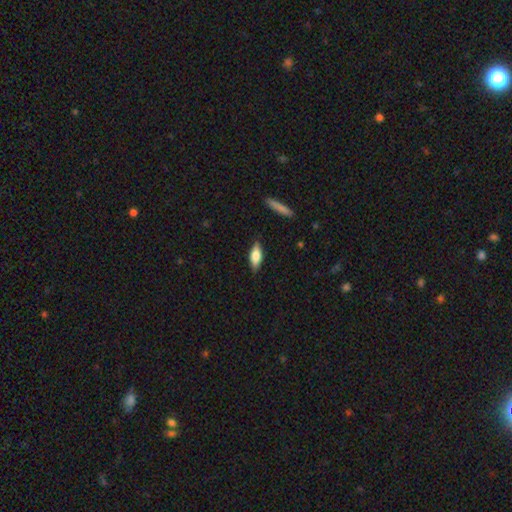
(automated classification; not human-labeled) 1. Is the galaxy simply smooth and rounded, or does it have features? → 70% smooth, 24% featured or disk, 6% star or artifact.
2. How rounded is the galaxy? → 70% in between, 27% cigar-shaped, 3% round.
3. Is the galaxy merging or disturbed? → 85% none, 11% minor disturbance, 2% major disturbance, 1% merger.